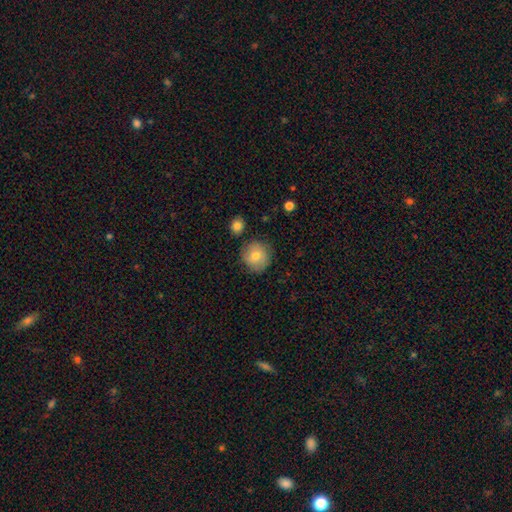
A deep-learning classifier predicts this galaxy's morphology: A smooth galaxy with no disk features (76%) that is round (92%).

Vote fractions:
- Smooth or featured? smooth: 76% / featured or disk: 16% / star or artifact: 8%
- How rounded? round: 92% / in between: 7% / cigar-shaped: 1%
- Merging? none: 81% / minor disturbance: 12% / merger: 3% / major disturbance: 3%